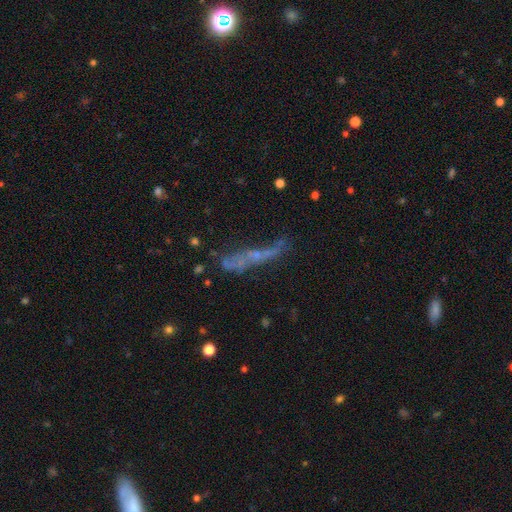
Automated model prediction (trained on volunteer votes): Smooth or featured? featured or disk (45%)
Merging? none (43%)